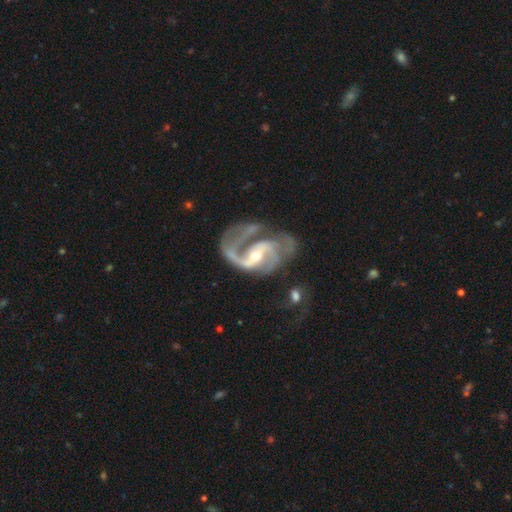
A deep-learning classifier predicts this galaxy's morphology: smooth-or-featured: featured or disk: 91% | star or artifact: 5% | smooth: 4%
  disk-edge-on: no: 98% | yes: 2%
    bar: weak: 44% | strong: 30% | no: 26%
    has-spiral-arms: yes: 96% | no: 4%
      spiral-winding: medium: 49% | loose: 35% | tight: 16%
      spiral-arm-count: 2: 61% | 3: 15% | 1: 9% | can't tell: 8% | 4: 4% | more than 4: 3%
    bulge-size: small: 50% | moderate: 46% | large: 2% | none: 1% | dominant: 1%
  merging: major disturbance: 38% | none: 35% | minor disturbance: 20% | merger: 7%